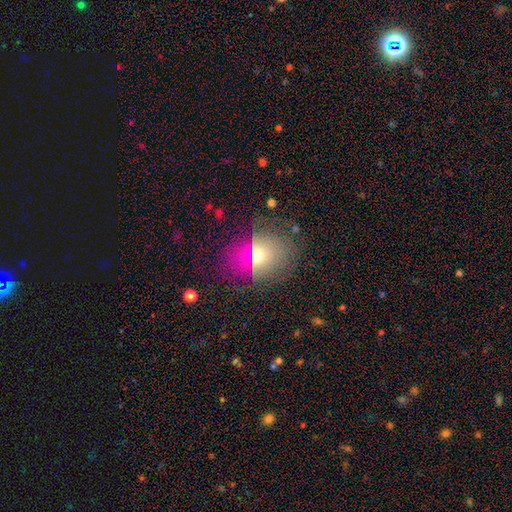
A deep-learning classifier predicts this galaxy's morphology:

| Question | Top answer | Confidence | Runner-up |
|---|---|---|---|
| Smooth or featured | smooth | 59% | featured or disk (23%) |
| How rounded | round | 53% | in between (45%) |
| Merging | none | 63% | minor disturbance (20%) |